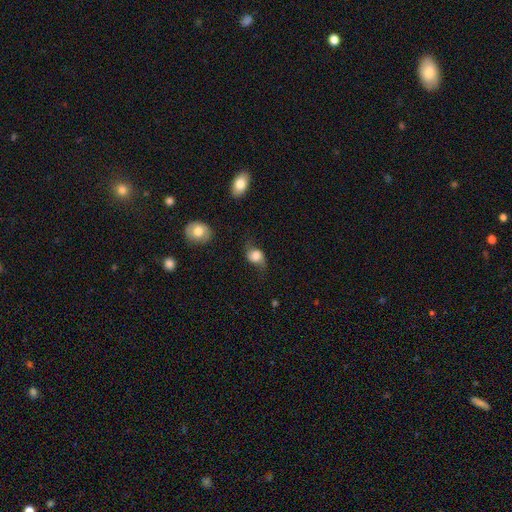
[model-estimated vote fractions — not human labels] A smooth galaxy with no disk features (48%).

Vote fractions:
- Smooth or featured? smooth: 48% / featured or disk: 43% / star or artifact: 10%
- Merging? none: 57% / minor disturbance: 25% / major disturbance: 15% / merger: 3%